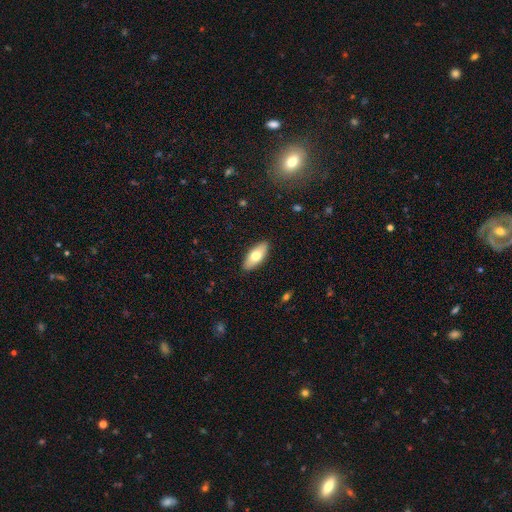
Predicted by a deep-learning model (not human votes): A smooth galaxy with no disk features (72%) that is in between round and cigar-shaped (81%). Merging: none (89%).